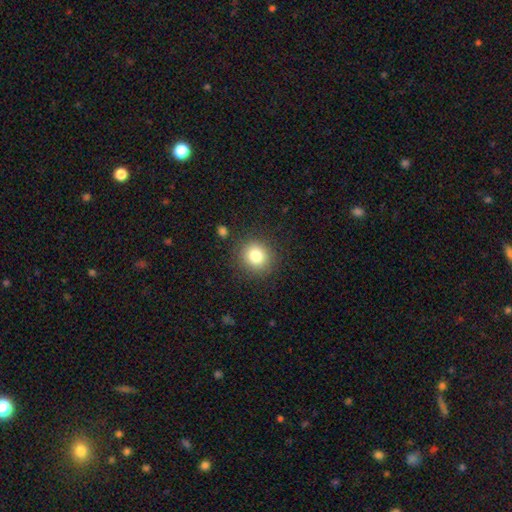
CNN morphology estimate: This appears to be a smooth galaxy with no disk features (81%) that is round (88%). Merging: none (87%).